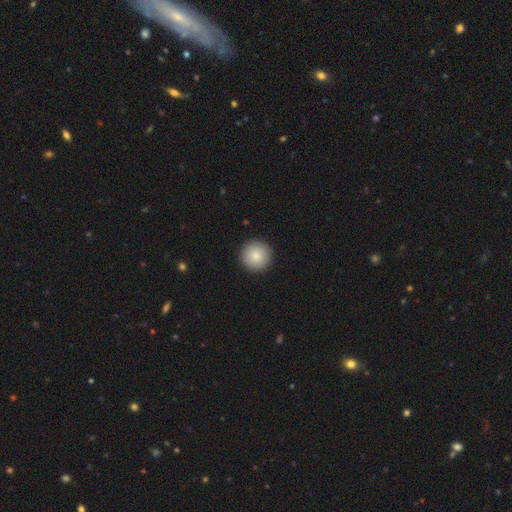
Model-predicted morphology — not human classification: Smooth or featured? smooth (87%)
How rounded? round (96%)
Merging? none (93%)